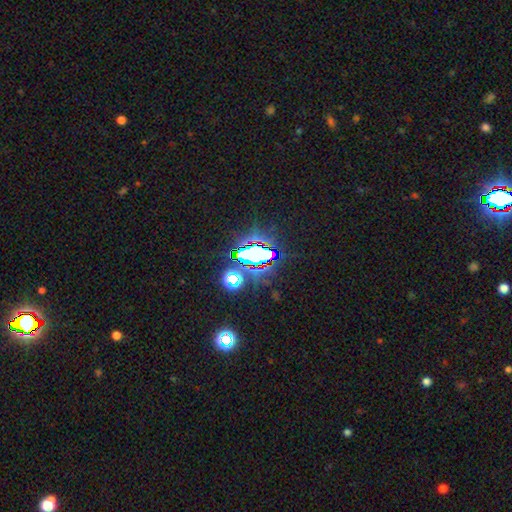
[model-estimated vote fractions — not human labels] Smooth or featured?
  - star or artifact: 72% *
  - smooth: 17%
  - featured or disk: 11%